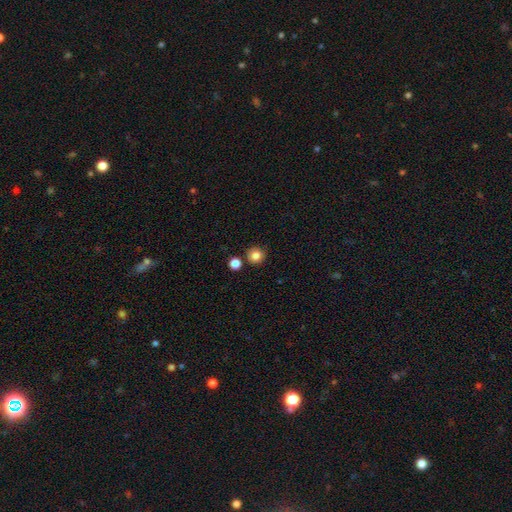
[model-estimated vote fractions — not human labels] smooth_or_featured: smooth (p=0.83) [alt: star or artifact p=0.11]
how_rounded: round (p=0.93) [alt: in between p=0.06]
merging: none (p=0.83) [alt: minor disturbance p=0.07]